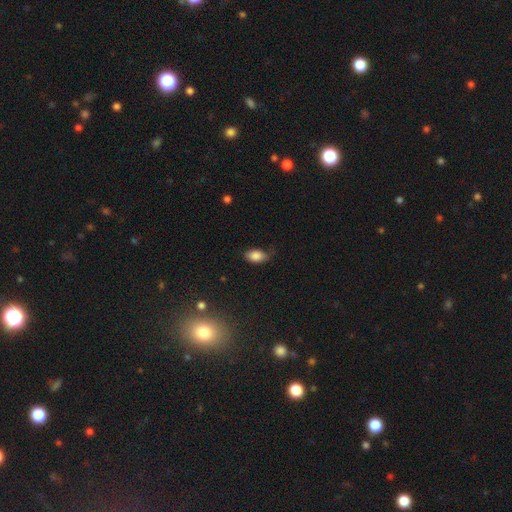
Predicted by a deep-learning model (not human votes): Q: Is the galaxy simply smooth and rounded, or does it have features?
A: smooth — 84%.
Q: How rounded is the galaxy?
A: in between — 91%.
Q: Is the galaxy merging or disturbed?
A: none — 64%.